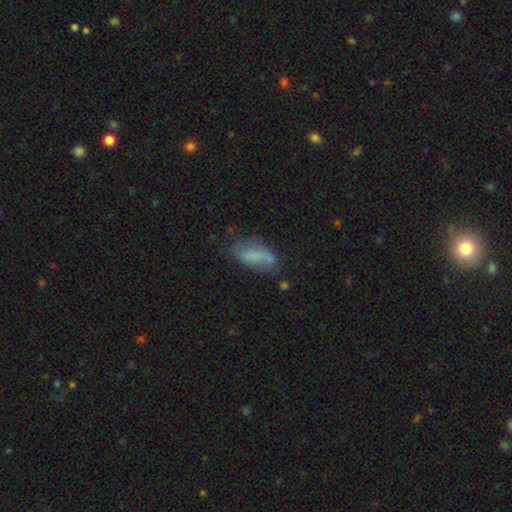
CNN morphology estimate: Smooth or featured?
  - smooth: 67% *
  - featured or disk: 24%
  - star or artifact: 9%
How rounded?
  - in between: 81% *
  - cigar-shaped: 16%
  - round: 3%
Merging?
  - none: 52% *
  - minor disturbance: 29%
  - major disturbance: 13%
  - merger: 6%